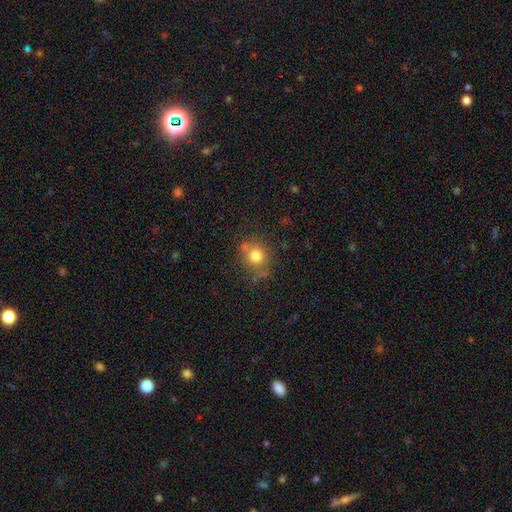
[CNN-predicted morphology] smooth_or_featured: smooth (p=0.77) [alt: star or artifact p=0.13]
how_rounded: round (p=0.84) [alt: in between p=0.15]
merging: none (p=0.73) [alt: minor disturbance p=0.15]